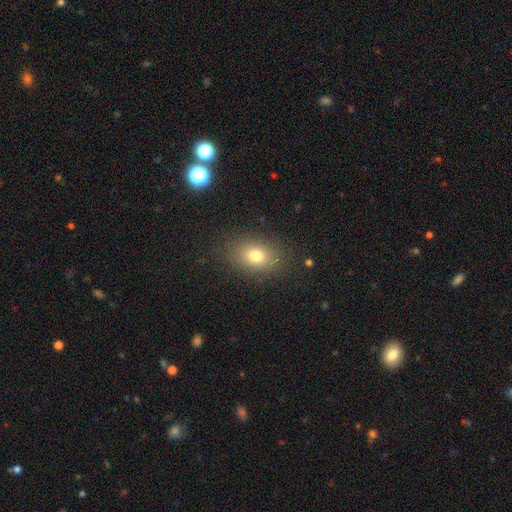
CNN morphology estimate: This appears to be a smooth galaxy with no disk features (77%) that is in between round and cigar-shaped (73%). Merging: none (85%).